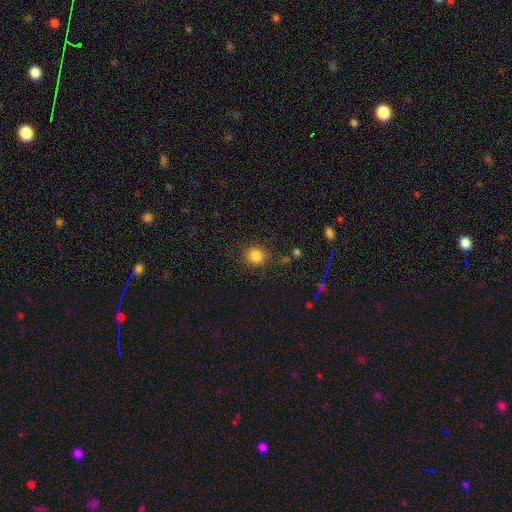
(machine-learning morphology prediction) smooth 84%, star or artifact 12%, featured or disk 5%. Down the decision tree: how rounded — round (86%); merging — none (84%).